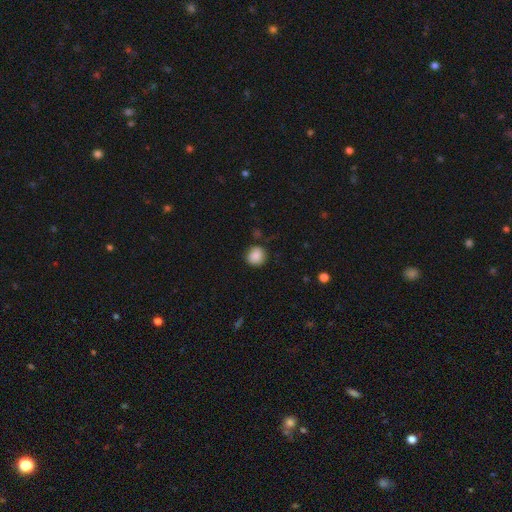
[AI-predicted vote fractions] Q: Smooth or featured?
A: smooth (86%); runner-up: star or artifact (9%)
Q: How rounded?
A: round (87%); runner-up: in between (12%)
Q: Merging?
A: none (80%); runner-up: minor disturbance (15%)